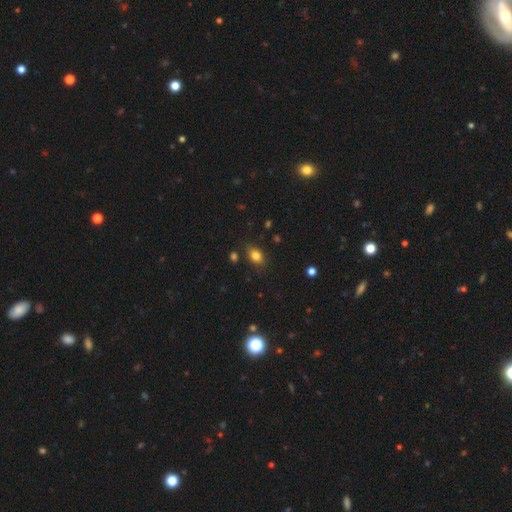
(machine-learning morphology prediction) Smooth or featured? Predicted: smooth (p=0.81). How rounded? Predicted: in between (p=0.73). Merging? Predicted: none (p=0.78).